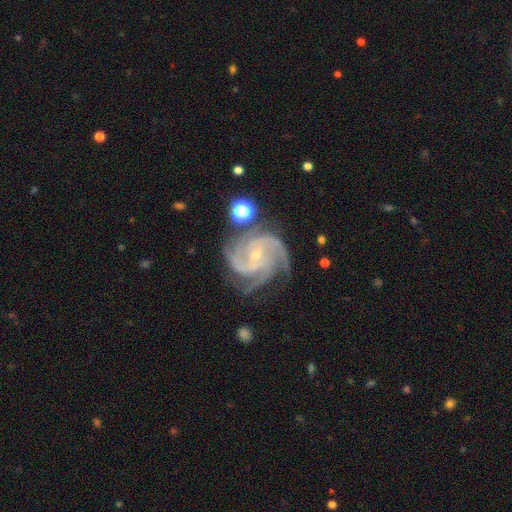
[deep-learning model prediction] The model was most divided on "spiral arm count": 4: 40%, 3: 36%, 2: 7%, can't tell: 7%, more than 4: 6%, 1: 5%. More confident: spiral arms — yes (99%); edge-on disk — no (98%); smooth or featured — featured or disk (92%); bulge size — small (78%); merging — none (73%); spiral winding — tight (58%); bar — no (53%).